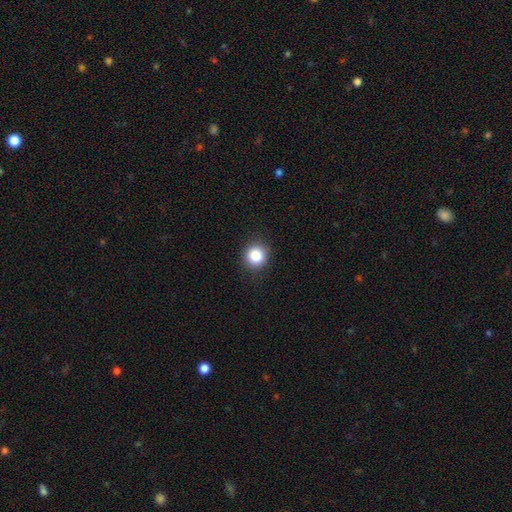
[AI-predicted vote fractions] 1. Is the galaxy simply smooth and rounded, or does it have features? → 86% smooth, 10% star or artifact, 4% featured or disk.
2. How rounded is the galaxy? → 90% round, 9% in between, 1% cigar-shaped.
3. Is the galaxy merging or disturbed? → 90% none, 7% minor disturbance, 2% major disturbance, 1% merger.